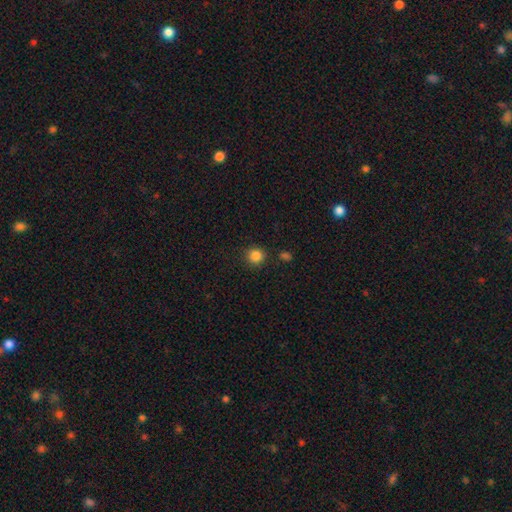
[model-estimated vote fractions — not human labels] The model was most divided on "smooth or featured": smooth: 85%, star or artifact: 11%, featured or disk: 4%. More confident: how rounded — round (93%); merging — none (88%).